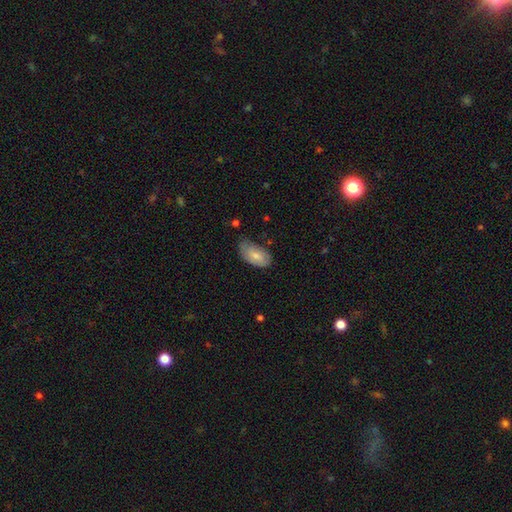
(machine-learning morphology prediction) The model was most divided on "merging": none: 59%, minor disturbance: 32%, major disturbance: 6%, merger: 2%. More confident: how rounded — in between (94%); smooth or featured — smooth (76%).